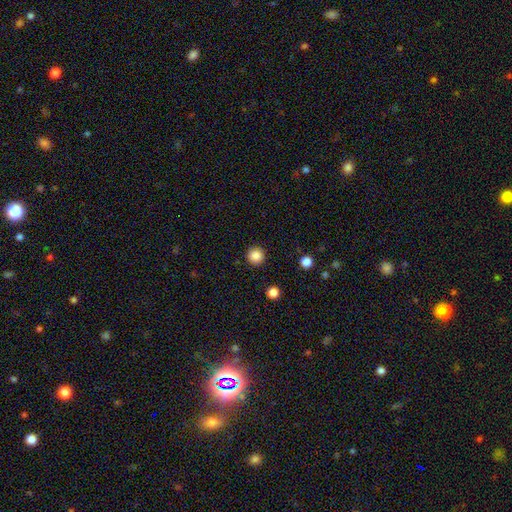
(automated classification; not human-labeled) Q: Smooth or featured?
A: smooth (86%); runner-up: star or artifact (11%)
Q: How rounded?
A: round (96%); runner-up: in between (3%)
Q: Merging?
A: none (92%); runner-up: minor disturbance (5%)